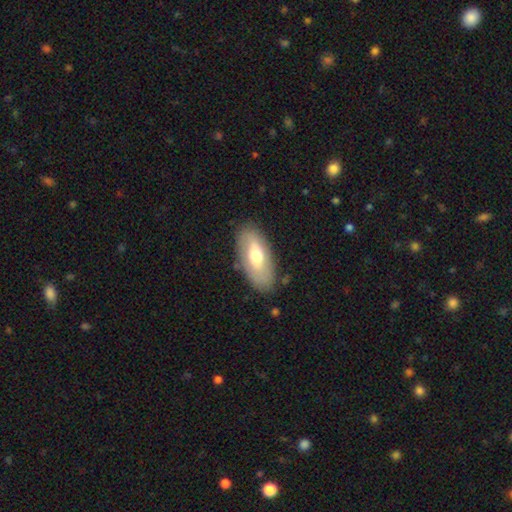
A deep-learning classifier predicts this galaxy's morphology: The model was most divided on "smooth or featured": smooth: 55%, featured or disk: 39%, star or artifact: 6%. More confident: how rounded — in between (90%); merging — none (82%).